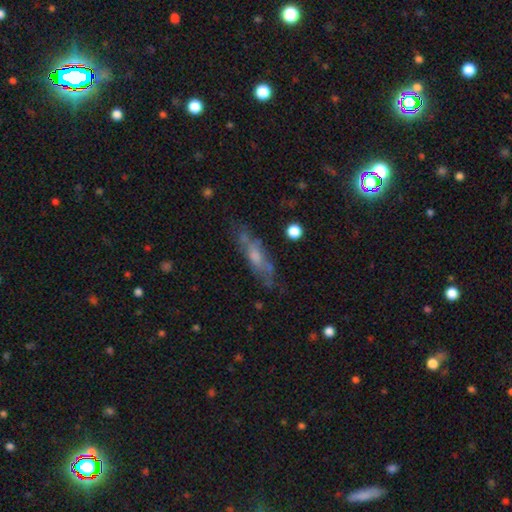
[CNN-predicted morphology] Smooth or featured? Predicted: featured or disk (p=0.49). Merging? Predicted: none (p=0.64).